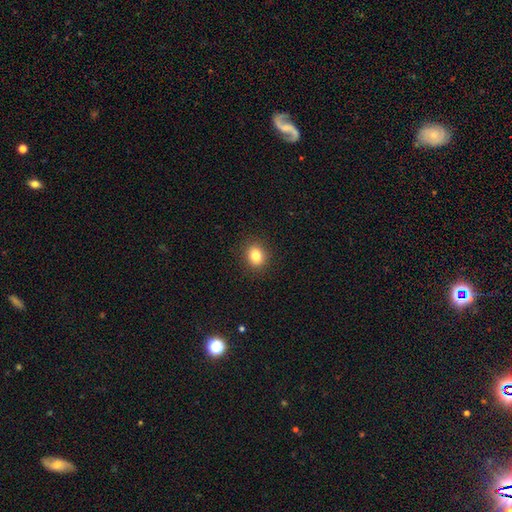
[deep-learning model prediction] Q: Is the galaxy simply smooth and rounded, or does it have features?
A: smooth — 83%.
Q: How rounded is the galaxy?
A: round — 65%.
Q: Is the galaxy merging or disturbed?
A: none — 90%.